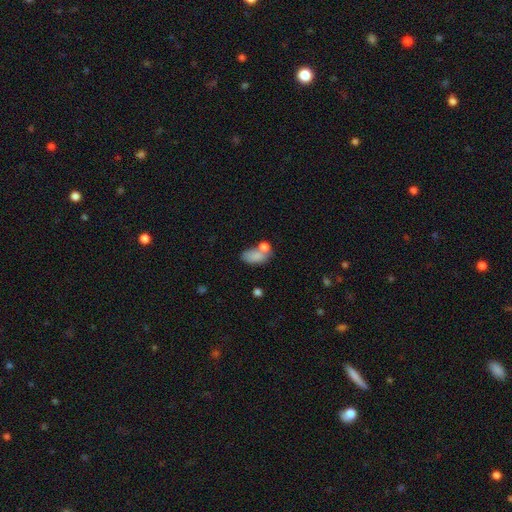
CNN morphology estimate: This is likely a smooth galaxy (79%). How rounded: clearly in between (89%). Merging: marginally merger (38%).